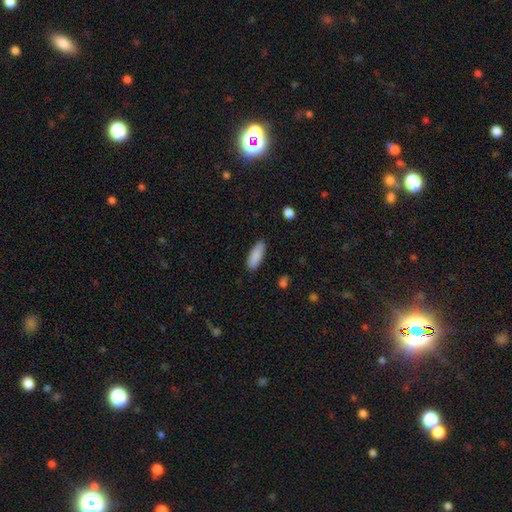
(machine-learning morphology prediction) The model was most divided on "how rounded": in between: 68%, cigar-shaped: 30%, round: 2%. More confident: smooth or featured — smooth (88%); merging — none (85%).